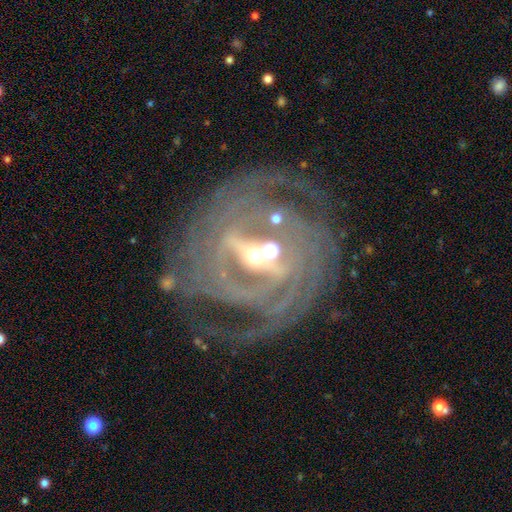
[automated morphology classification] Smooth or featured: featured or disk — 89% (star or artifact — 7%)
Edge-on disk: no — 95% (yes — 5%)
Bar: strong — 61% (weak — 26%)
Spiral arms: yes — 94% (no — 6%)
Spiral winding: tight — 67% (medium — 26%)
Spiral arm count: can't tell — 25% (2 — 21%)
Bulge size: small — 54% (moderate — 40%)
Merging: none — 62% (minor disturbance — 16%)